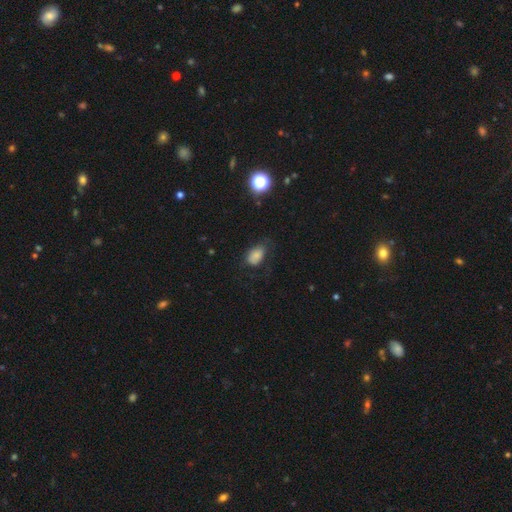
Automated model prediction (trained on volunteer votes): smooth 77%, star or artifact 12%, featured or disk 11%. Down the decision tree: how rounded — in between (86%); merging — none (55%).